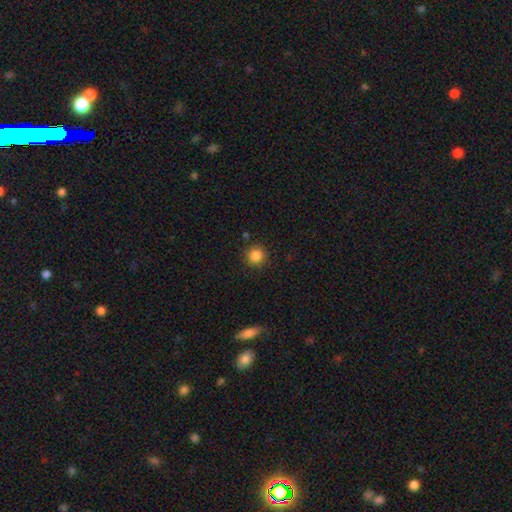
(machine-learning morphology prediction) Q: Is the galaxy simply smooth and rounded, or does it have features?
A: smooth — 85%.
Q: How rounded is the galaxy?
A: round — 94%.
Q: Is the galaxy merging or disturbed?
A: none — 89%.